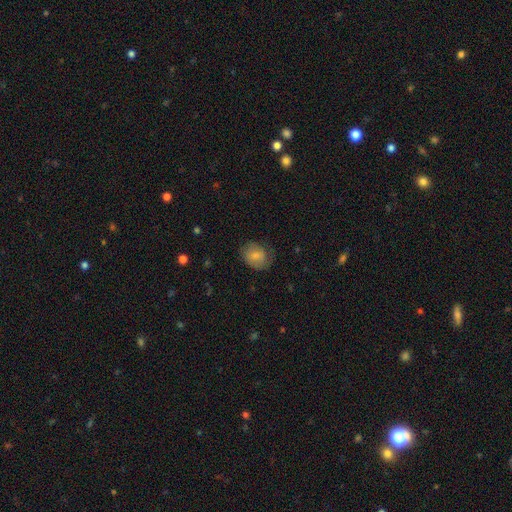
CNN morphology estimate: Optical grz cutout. It shows a smooth galaxy with no disk features (73%) that is in between round and cigar-shaped (50%). Merging: none (65%).